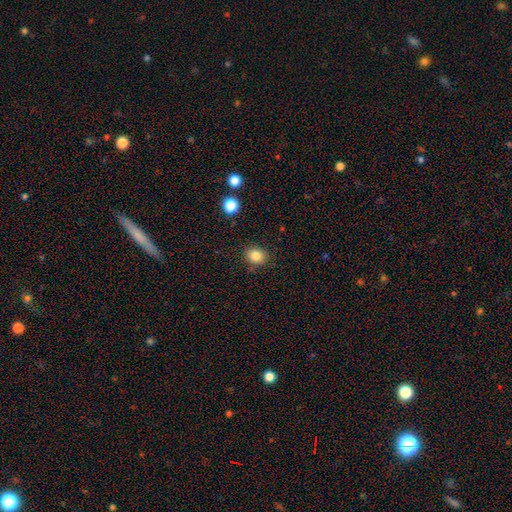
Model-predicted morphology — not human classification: Smooth or featured? Predicted: smooth (p=0.83). How rounded? Predicted: round (p=0.65). Merging? Predicted: none (p=0.87).